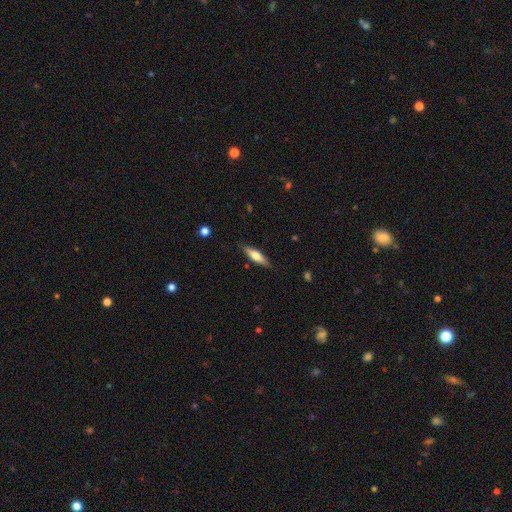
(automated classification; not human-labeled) Q: Smooth or featured?
A: smooth (58%); runner-up: featured or disk (36%)
Q: How rounded?
A: cigar-shaped (64%); runner-up: in between (34%)
Q: Merging?
A: none (86%); runner-up: minor disturbance (11%)